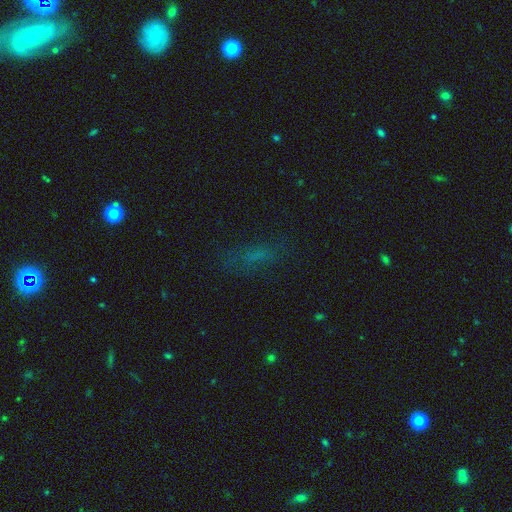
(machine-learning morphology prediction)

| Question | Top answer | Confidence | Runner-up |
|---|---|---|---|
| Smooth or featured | smooth | 52% | star or artifact (29%) |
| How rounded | in between | 51% | cigar-shaped (43%) |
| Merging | none | 68% | minor disturbance (18%) |